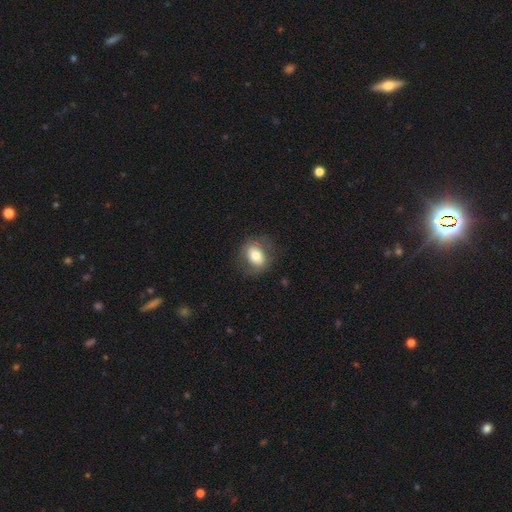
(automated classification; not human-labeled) Overall: smooth (70%). How rounded: in between (65%; round 34%). Merging: none (75%).